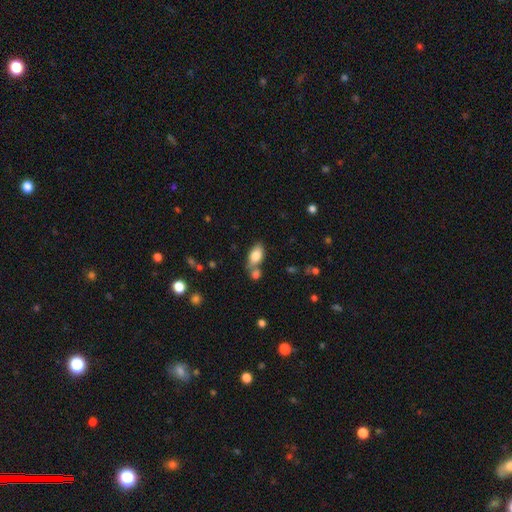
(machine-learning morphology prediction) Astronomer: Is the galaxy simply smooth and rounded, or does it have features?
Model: smooth — 81%.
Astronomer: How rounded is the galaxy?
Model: in between — 90%.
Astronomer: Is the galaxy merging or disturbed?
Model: none — 57%.